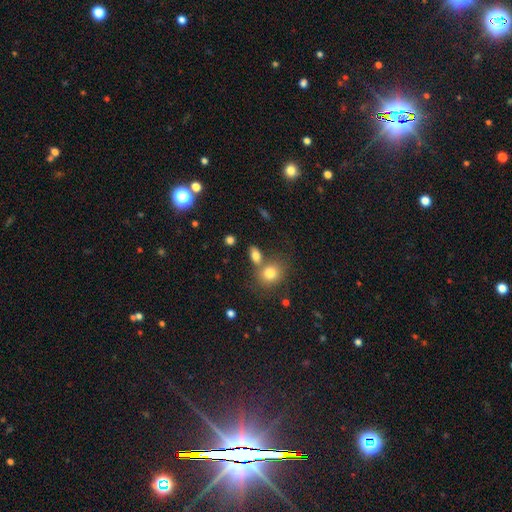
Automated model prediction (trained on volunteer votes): Overall: smooth (79%). How rounded: in between (72%). Merging: none (55%; merger 29%).